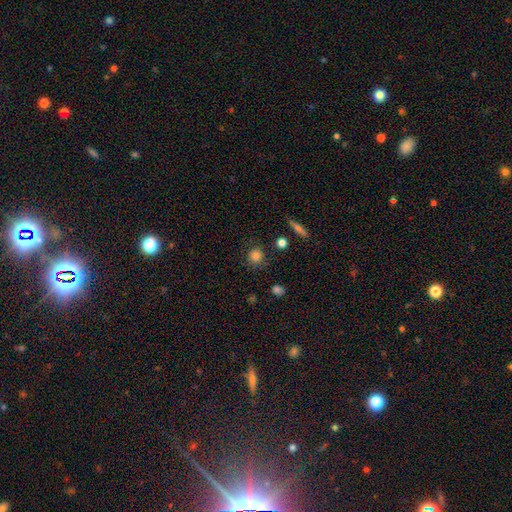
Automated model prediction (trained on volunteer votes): smooth 83%, star or artifact 11%, featured or disk 6%. Down the decision tree: how rounded — round (89%); merging — none (82%).